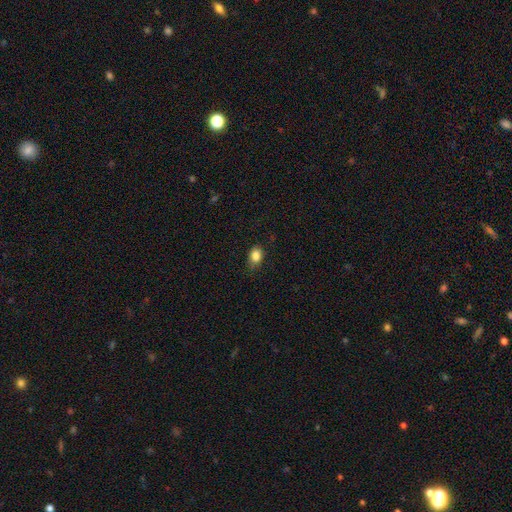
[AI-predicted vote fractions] Q: Smooth or featured?
A: smooth (85%); runner-up: star or artifact (10%)
Q: How rounded?
A: in between (70%); runner-up: round (29%)
Q: Merging?
A: none (73%); runner-up: minor disturbance (21%)